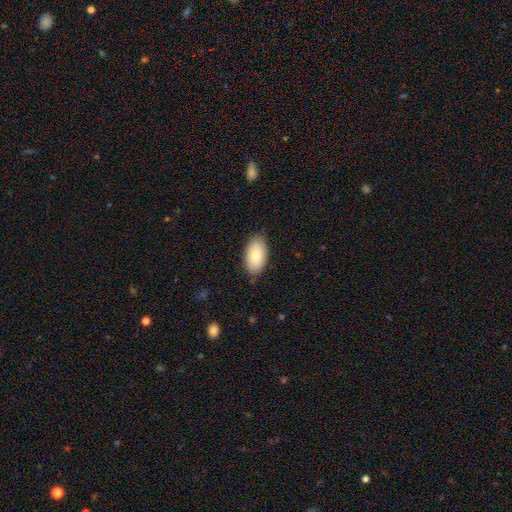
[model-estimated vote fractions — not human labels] Q: Smooth or featured?
A: smooth (79%); runner-up: featured or disk (14%)
Q: How rounded?
A: in between (95%); runner-up: round (4%)
Q: Merging?
A: none (82%); runner-up: minor disturbance (14%)